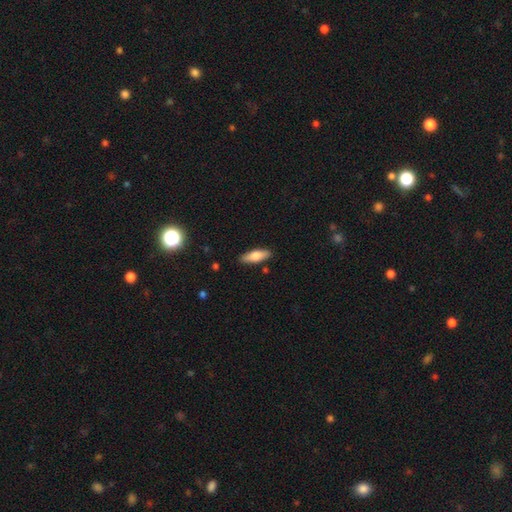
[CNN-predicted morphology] smooth_or_featured: smooth (p=0.71) [alt: featured or disk p=0.23]
how_rounded: in between (p=0.57) [alt: cigar-shaped p=0.41]
merging: none (p=0.87) [alt: minor disturbance p=0.09]